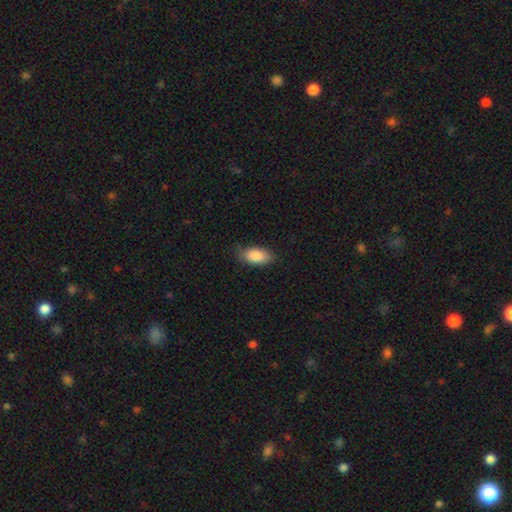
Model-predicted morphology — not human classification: smooth 86%, featured or disk 7%, star or artifact 7%. Down the decision tree: how rounded — in between (91%); merging — none (80%).